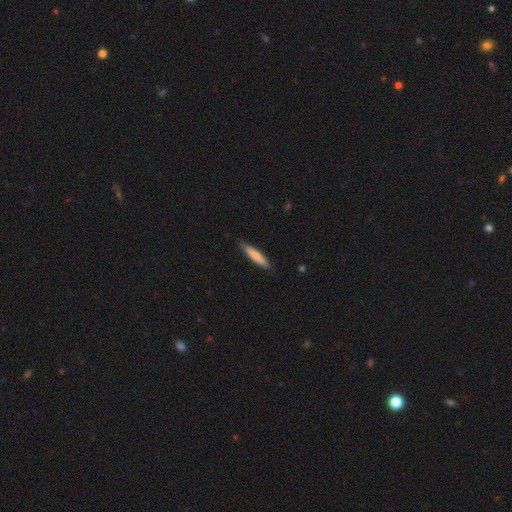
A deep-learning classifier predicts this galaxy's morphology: smooth 75%, featured or disk 20%, star or artifact 5%. Down the decision tree: how rounded — cigar-shaped (87%); merging — none (85%).